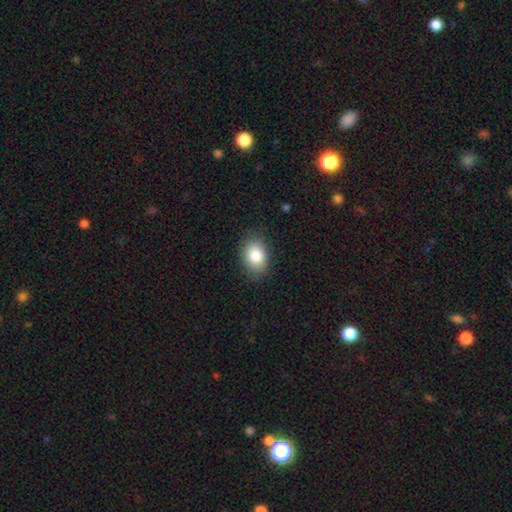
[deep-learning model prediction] A smooth galaxy with no disk features (85%) that is in between round and cigar-shaped (81%).

Vote fractions:
- Smooth or featured? smooth: 85% / star or artifact: 8% / featured or disk: 7%
- How rounded? in between: 81% / round: 18% / cigar-shaped: 1%
- Merging? none: 85% / minor disturbance: 11% / major disturbance: 3% / merger: 1%